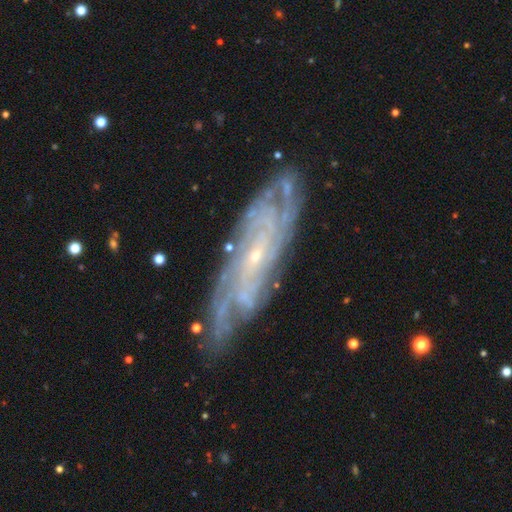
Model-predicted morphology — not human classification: Q: Smooth or featured?
A: featured or disk (85%); runner-up: smooth (8%)
Q: Edge-on disk?
A: no (81%); runner-up: yes (19%)
Q: Bar?
A: no (60%); runner-up: weak (31%)
Q: Spiral arms?
A: yes (95%); runner-up: no (5%)
Q: Spiral winding?
A: tight (68%); runner-up: medium (26%)
Q: Spiral arm count?
A: can't tell (42%); runner-up: 4 (17%)
Q: Bulge size?
A: small (85%); runner-up: moderate (10%)
Q: Merging?
A: none (80%); runner-up: minor disturbance (15%)